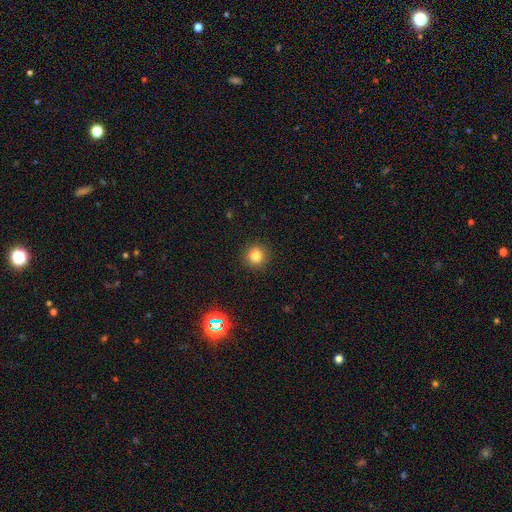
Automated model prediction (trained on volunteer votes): Morphology: type=smooth (81%); roundness=round (93%); merging=none (91%).